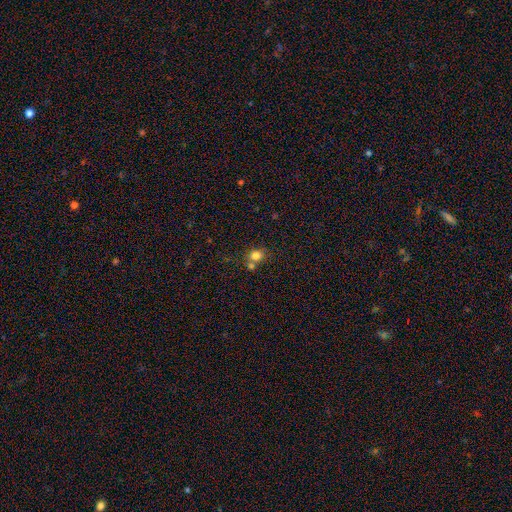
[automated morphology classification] smooth_or_featured: smooth (p=0.79) [alt: star or artifact p=0.12]
how_rounded: round (p=0.73) [alt: in between p=0.26]
merging: none (p=0.51) [alt: merger p=0.34]